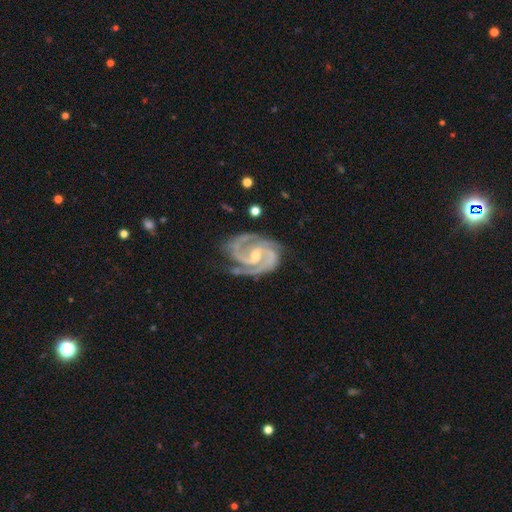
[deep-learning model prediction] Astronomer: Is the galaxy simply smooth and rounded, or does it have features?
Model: featured or disk — 94%.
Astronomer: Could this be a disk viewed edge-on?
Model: no — 98%.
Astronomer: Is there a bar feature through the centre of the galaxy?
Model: weak — 43% (runner-up: no, 39%).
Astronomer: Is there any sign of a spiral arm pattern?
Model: yes — 99%.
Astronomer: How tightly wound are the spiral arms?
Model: tight — 52% (runner-up: medium, 44%).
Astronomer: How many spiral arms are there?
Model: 2 — 72%.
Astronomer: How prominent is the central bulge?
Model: small — 56% (runner-up: moderate, 41%).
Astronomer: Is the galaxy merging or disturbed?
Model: none — 71%.